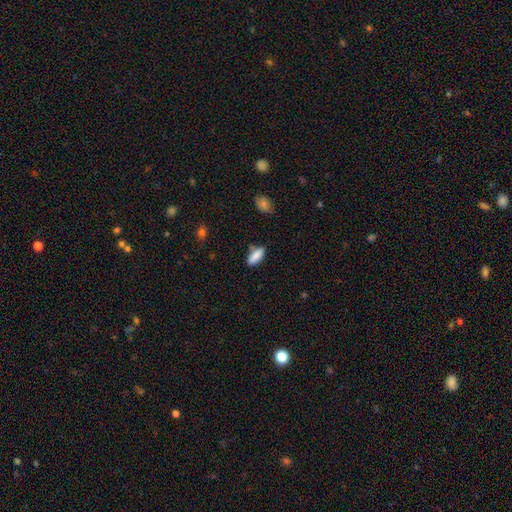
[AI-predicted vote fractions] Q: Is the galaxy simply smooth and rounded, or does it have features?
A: smooth — 84%.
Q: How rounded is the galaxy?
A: in between — 77%.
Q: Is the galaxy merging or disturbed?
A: none — 70%.